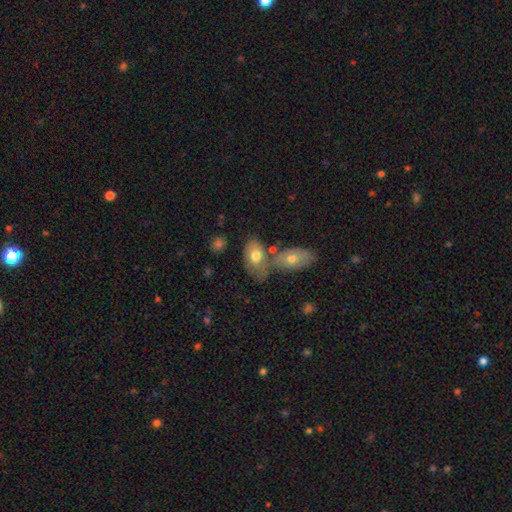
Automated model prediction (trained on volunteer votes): smooth 69%, featured or disk 24%, star or artifact 7%. Down the decision tree: how rounded — in between (90%); merging — merger (43%).